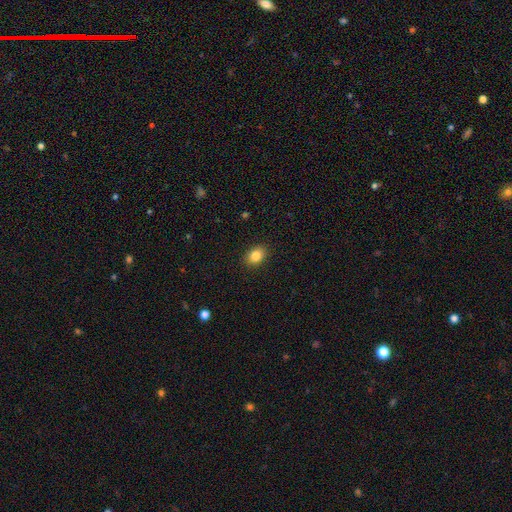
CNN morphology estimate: A smooth galaxy with no disk features (85%) that is in between round and cigar-shaped (69%). Merging: none (89%).